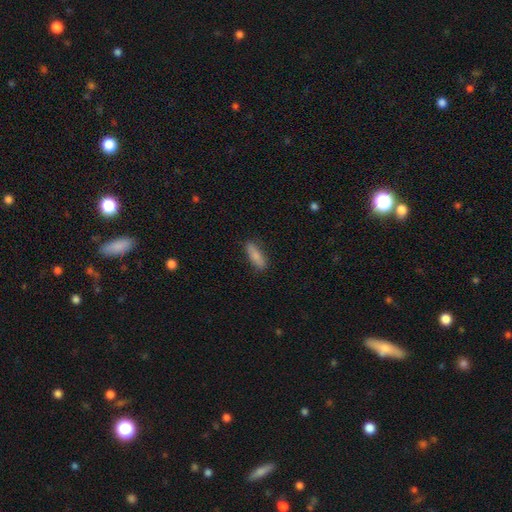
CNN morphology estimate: The model was most divided on "how rounded": in between: 54%, cigar-shaped: 44%, round: 2%. More confident: merging — none (83%); smooth or featured — smooth (78%).